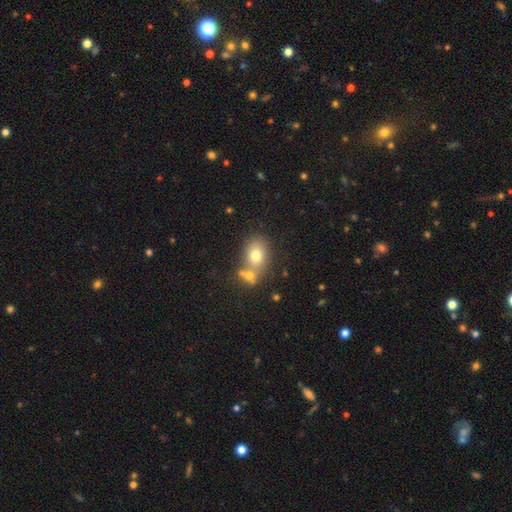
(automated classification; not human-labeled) Morphology: type=smooth (73%); roundness=in between (62%); merging=none (46%).